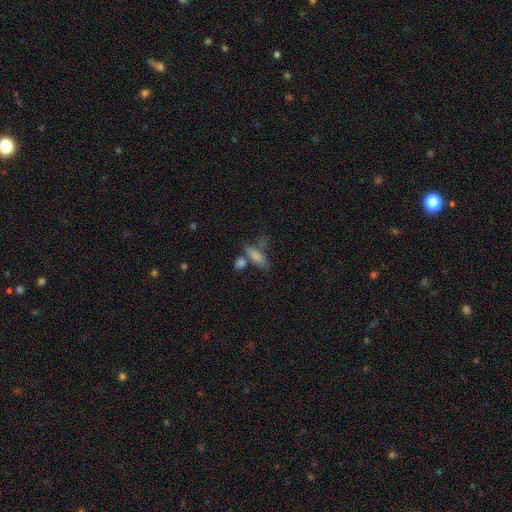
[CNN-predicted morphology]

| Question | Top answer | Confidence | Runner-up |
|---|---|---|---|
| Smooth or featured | smooth | 58% | featured or disk (24%) |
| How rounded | cigar-shaped | 52% | in between (42%) |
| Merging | none | 50% | merger (25%) |